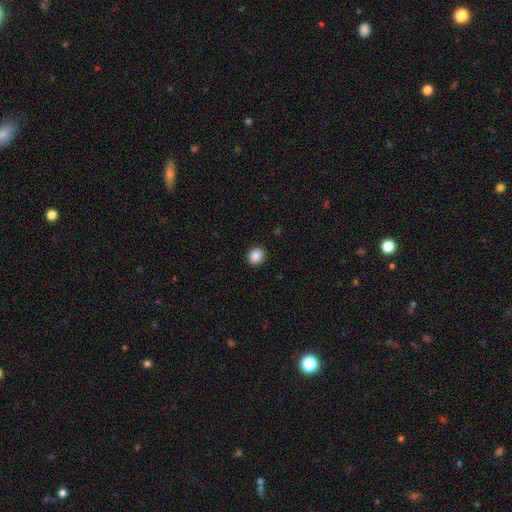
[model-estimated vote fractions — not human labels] Smooth or featured?
  - smooth: 88% *
  - star or artifact: 9%
  - featured or disk: 3%
How rounded?
  - round: 72% *
  - in between: 27%
  - cigar-shaped: 1%
Merging?
  - none: 90% *
  - minor disturbance: 7%
  - major disturbance: 2%
  - merger: 1%